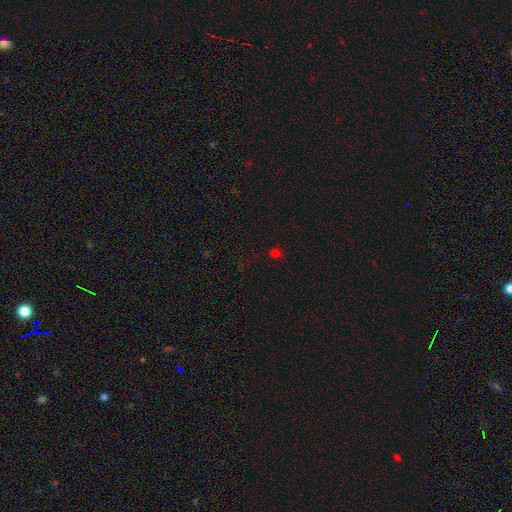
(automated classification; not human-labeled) Overall: smooth (53%; star or artifact 42%). How rounded: round (88%). Merging: none (87%).